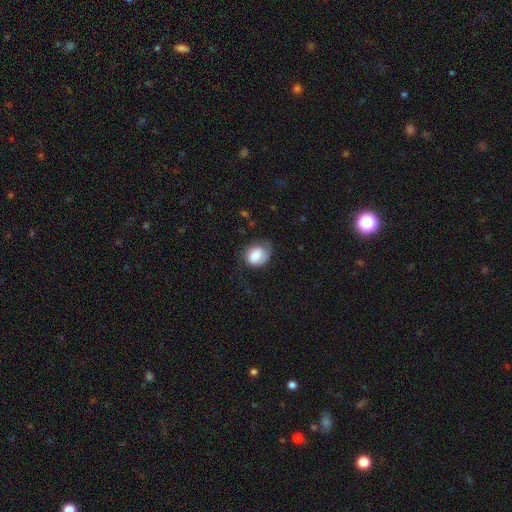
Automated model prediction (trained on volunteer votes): smooth_or_featured: smooth (p=0.65) [alt: featured or disk p=0.28]
how_rounded: round (p=0.52) [alt: in between p=0.47]
merging: none (p=0.49) [alt: minor disturbance p=0.30]